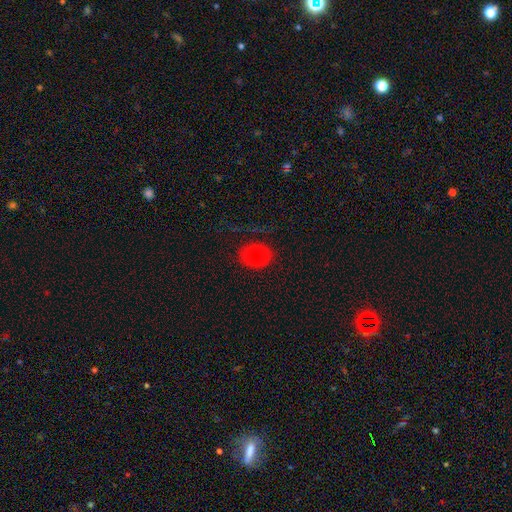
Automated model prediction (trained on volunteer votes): A smooth galaxy with no disk features (73%) that is round (51%).

Vote fractions:
- Smooth or featured? smooth: 73% / featured or disk: 16% / star or artifact: 11%
- How rounded? round: 51% / in between: 48% / cigar-shaped: 1%
- Merging? none: 72% / minor disturbance: 17% / major disturbance: 10% / merger: 2%